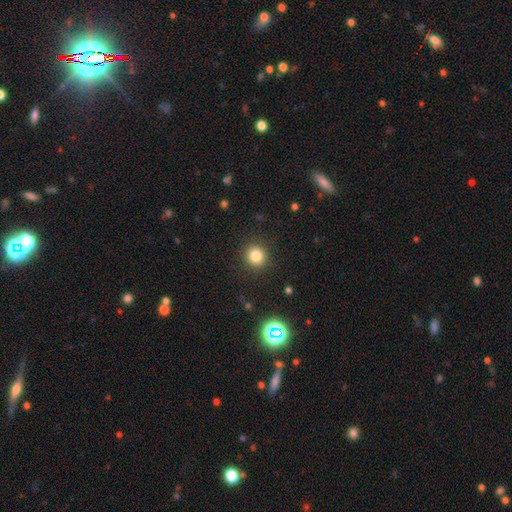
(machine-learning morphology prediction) smooth 82%, star or artifact 13%, featured or disk 5%. Down the decision tree: how rounded — round (89%); merging — none (90%).